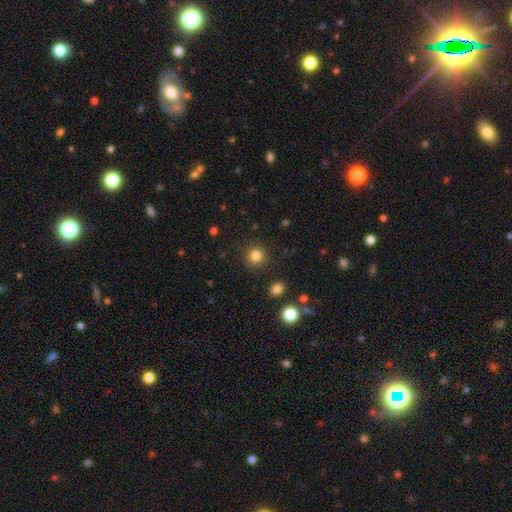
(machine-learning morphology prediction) Smooth or featured? smooth (82%)
How rounded? round (93%)
Merging? none (90%)